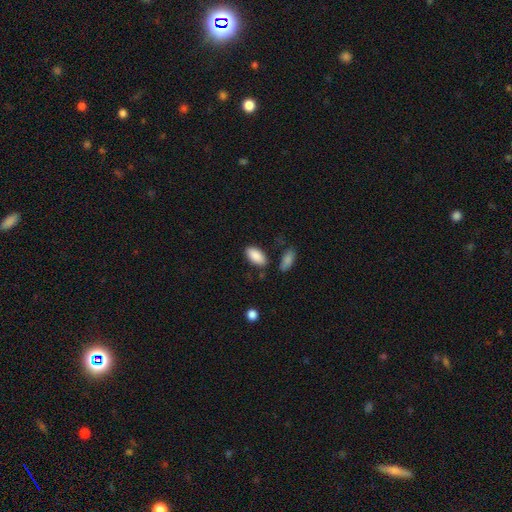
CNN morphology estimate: smooth_or_featured: smooth (p=0.89) [alt: star or artifact p=0.06]
how_rounded: in between (p=0.93) [alt: cigar-shaped p=0.04]
merging: none (p=0.79) [alt: minor disturbance p=0.13]